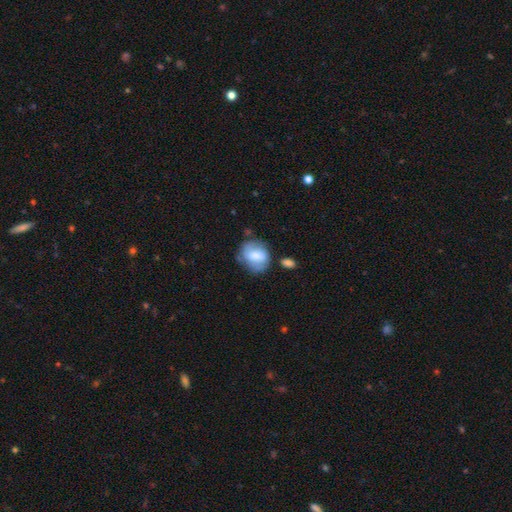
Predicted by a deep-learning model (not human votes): A smooth galaxy with no disk features (62%) that is round (56%).

Vote fractions:
- Smooth or featured? smooth: 62% / featured or disk: 31% / star or artifact: 7%
- How rounded? round: 56% / in between: 42% / cigar-shaped: 1%
- Merging? none: 59% / minor disturbance: 25% / major disturbance: 9% / merger: 8%